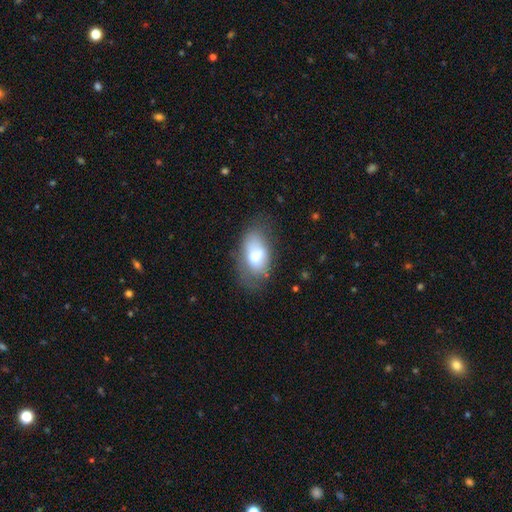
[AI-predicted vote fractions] The model was most divided on "merging": none: 51%, minor disturbance: 28%, major disturbance: 16%, merger: 5%. More confident: how rounded — in between (91%); smooth or featured — smooth (66%).